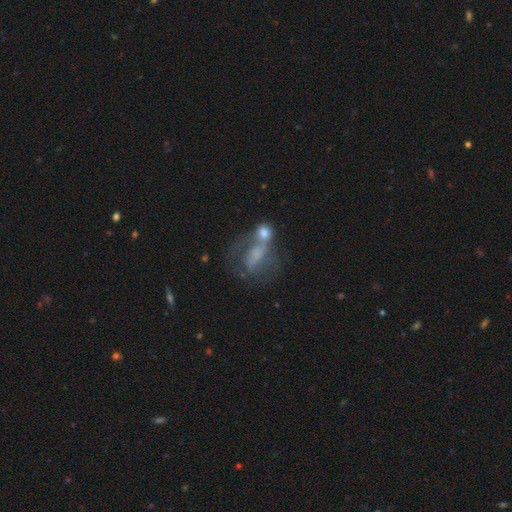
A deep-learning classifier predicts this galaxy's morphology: Q: Smooth or featured?
A: featured or disk (51%); runner-up: smooth (38%)
Q: Edge-on disk?
A: no (96%); runner-up: yes (4%)
Q: Merging?
A: merger (45%); runner-up: major disturbance (25%)